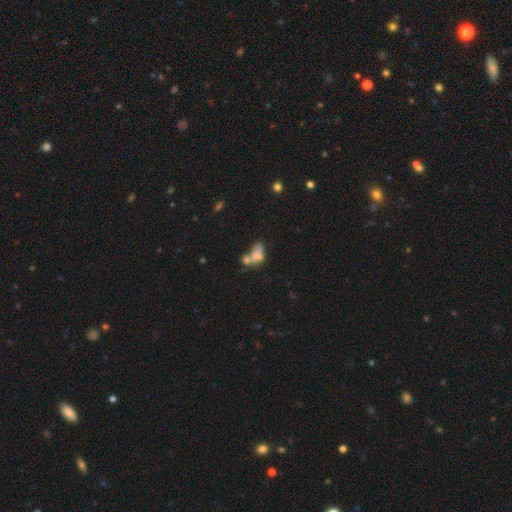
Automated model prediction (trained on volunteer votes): Overall: smooth (62%; featured or disk 25%). How rounded: in between (82%). Merging: merger (51%; none 21%).